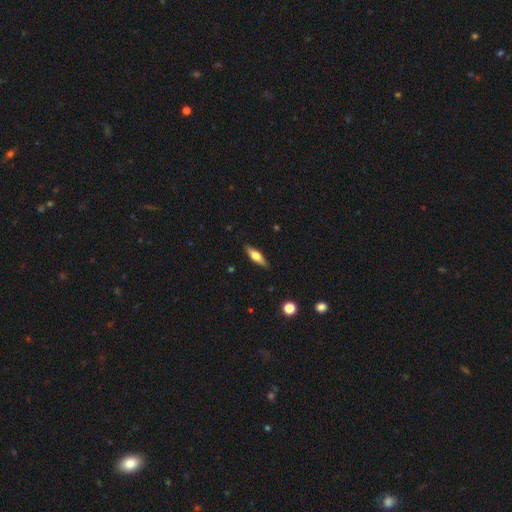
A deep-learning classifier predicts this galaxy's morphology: smooth-or-featured: smooth: 50% | featured or disk: 43% | star or artifact: 7%
  how-rounded: cigar-shaped: 57% | in between: 40% | round: 3%
  merging: none: 87% | minor disturbance: 10% | major disturbance: 2% | merger: 1%